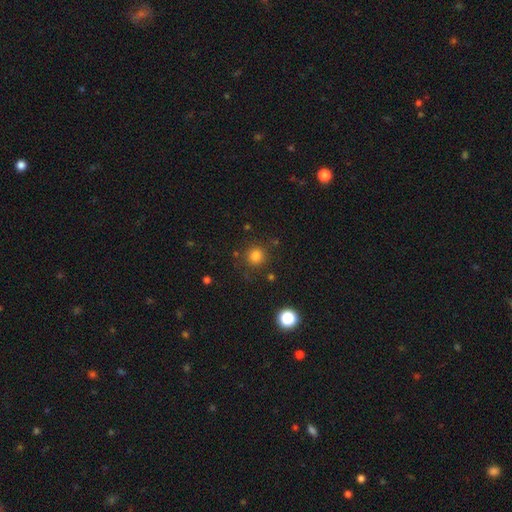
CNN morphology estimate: smooth 81%, star or artifact 15%, featured or disk 5%. Down the decision tree: how rounded — round (92%); merging — none (84%).